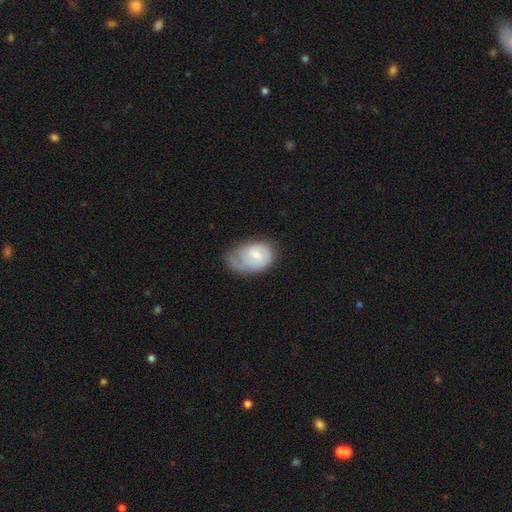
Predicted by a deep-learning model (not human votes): Q: Smooth or featured?
A: smooth (49%); runner-up: featured or disk (44%)
Q: Merging?
A: minor disturbance (38%); runner-up: none (30%)